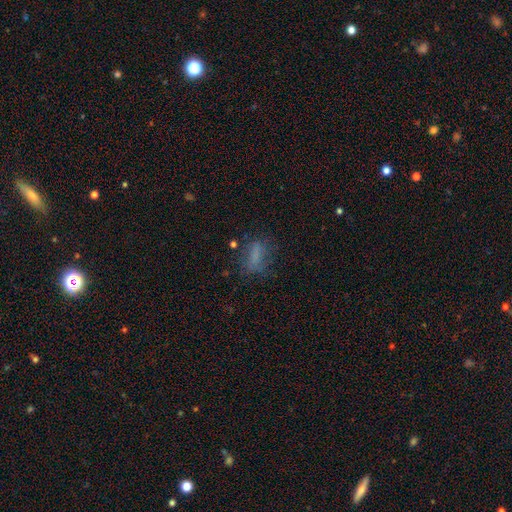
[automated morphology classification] A smooth galaxy with no disk features (67%) that is in between round and cigar-shaped (64%).

Vote fractions:
- Smooth or featured? smooth: 67% / featured or disk: 18% / star or artifact: 15%
- How rounded? in between: 64% / cigar-shaped: 27% / round: 9%
- Merging? none: 59% / minor disturbance: 21% / major disturbance: 16% / merger: 3%